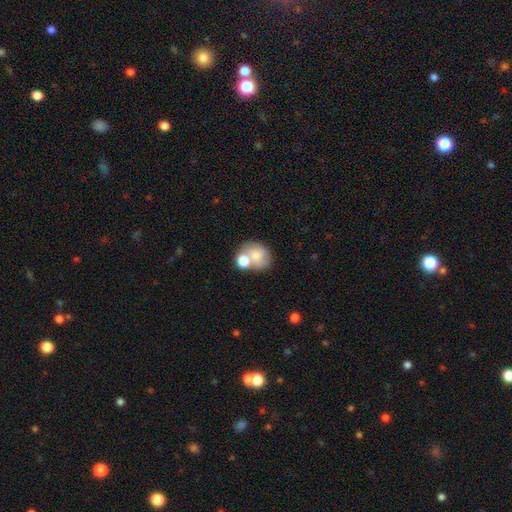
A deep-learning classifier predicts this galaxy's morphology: Overall: smooth (67%). How rounded: round (56%; in between 43%). Merging: merger (41%; none 37%).